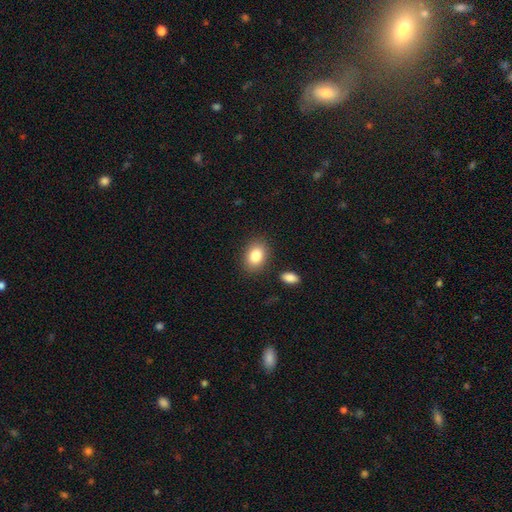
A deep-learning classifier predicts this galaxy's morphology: Q: Smooth or featured?
A: smooth (84%); runner-up: star or artifact (8%)
Q: How rounded?
A: in between (74%); runner-up: round (25%)
Q: Merging?
A: none (85%); runner-up: minor disturbance (9%)